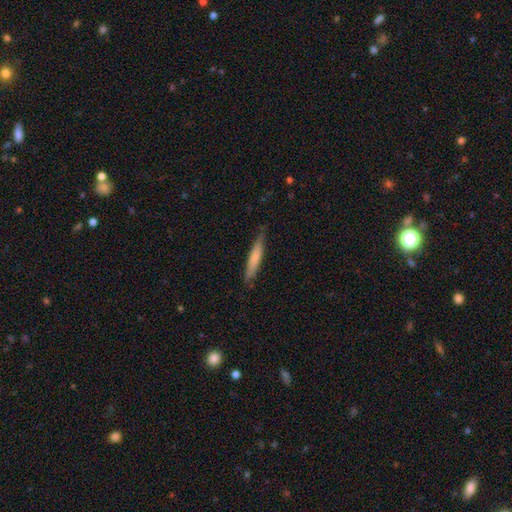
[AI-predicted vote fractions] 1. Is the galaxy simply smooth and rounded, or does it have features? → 62% smooth, 33% featured or disk, 6% star or artifact.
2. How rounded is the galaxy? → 94% cigar-shaped, 5% in between, 1% round.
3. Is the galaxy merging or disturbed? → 83% none, 14% minor disturbance, 2% major disturbance, 1% merger.